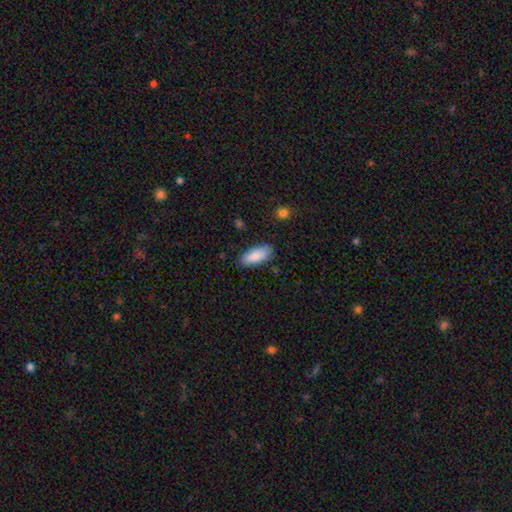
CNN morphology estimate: The model was most divided on "merging": none: 84%, minor disturbance: 12%, major disturbance: 3%, merger: 2%. More confident: smooth or featured — smooth (88%); how rounded — in between (87%).